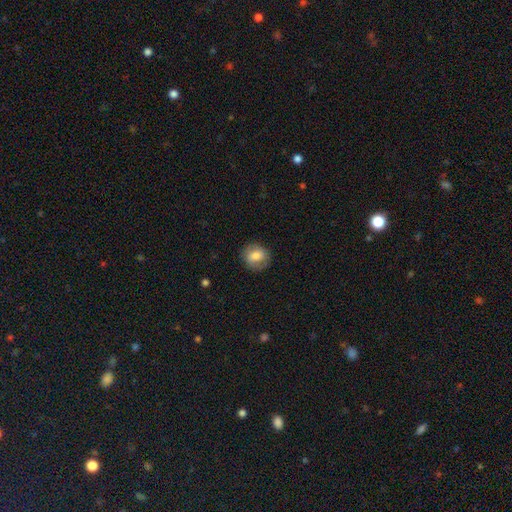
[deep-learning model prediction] Q: Smooth or featured?
A: smooth (71%); runner-up: featured or disk (22%)
Q: How rounded?
A: round (74%); runner-up: in between (25%)
Q: Merging?
A: none (83%); runner-up: minor disturbance (11%)